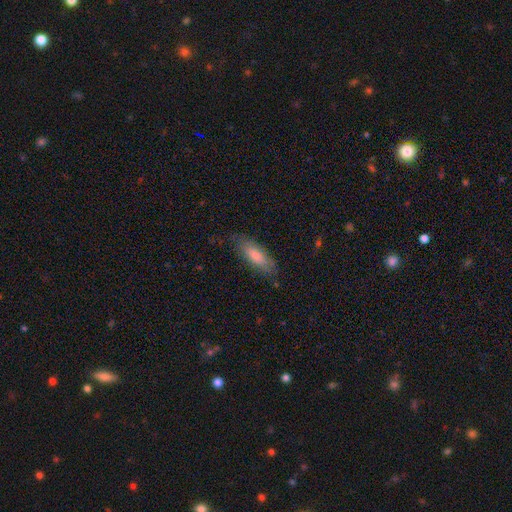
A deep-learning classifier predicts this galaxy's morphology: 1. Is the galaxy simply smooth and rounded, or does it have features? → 75% smooth, 19% featured or disk, 6% star or artifact.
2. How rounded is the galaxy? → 62% in between, 36% cigar-shaped, 2% round.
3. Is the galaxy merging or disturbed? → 72% none, 21% minor disturbance, 6% major disturbance, 1% merger.